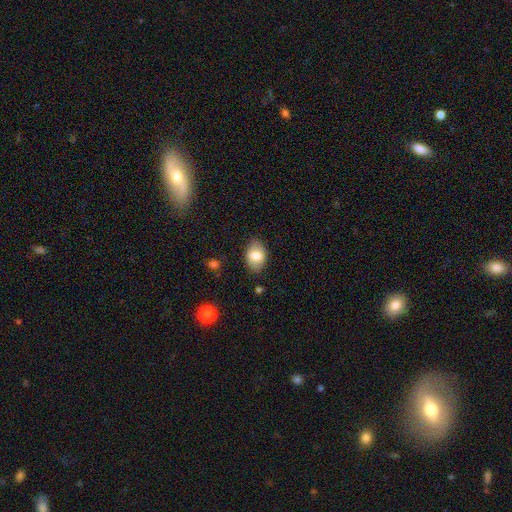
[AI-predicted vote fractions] Morphology: type=smooth (76%); roundness=in between (86%); merging=none (82%).